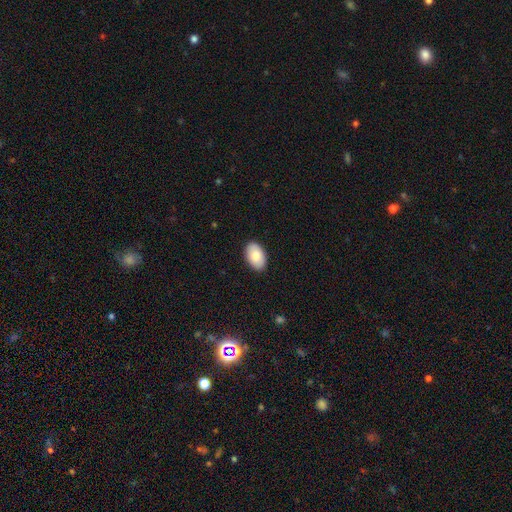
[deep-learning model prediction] Q: Smooth or featured?
A: smooth (81%); runner-up: featured or disk (13%)
Q: How rounded?
A: in between (93%); runner-up: round (6%)
Q: Merging?
A: none (90%); runner-up: minor disturbance (8%)